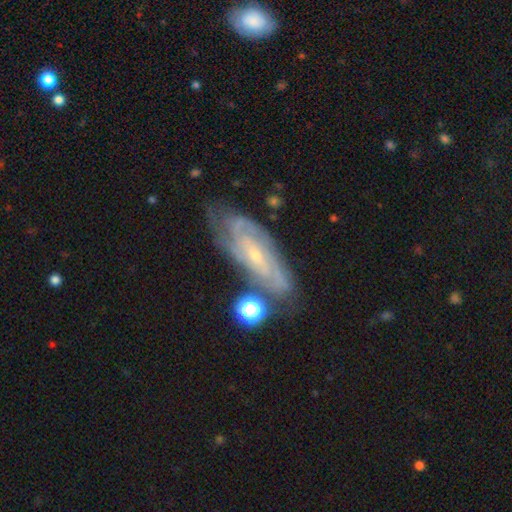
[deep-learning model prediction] This appears to be a featured or disk galaxy (81%) with no bar (52%), tight (64%) spiral arms (91%) and a small central bulge (76%). Merging: none (64%).